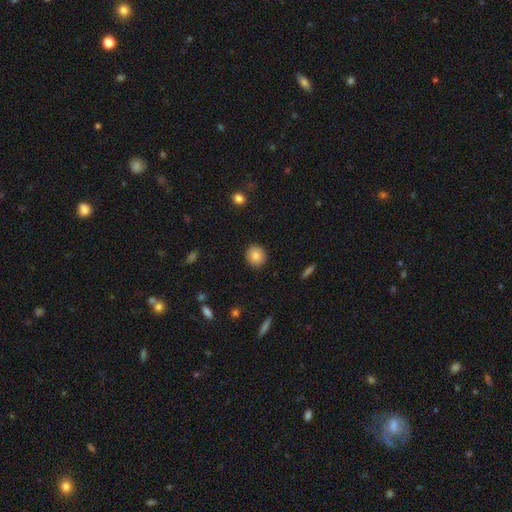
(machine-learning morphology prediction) smooth_or_featured: smooth (p=0.85) [alt: star or artifact p=0.08]
how_rounded: round (p=0.86) [alt: in between p=0.13]
merging: none (p=0.91) [alt: minor disturbance p=0.06]